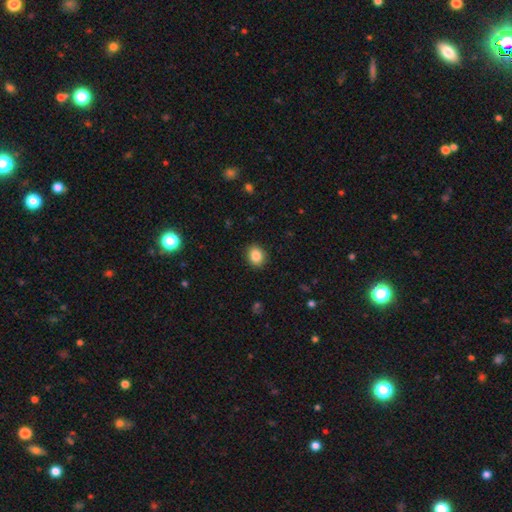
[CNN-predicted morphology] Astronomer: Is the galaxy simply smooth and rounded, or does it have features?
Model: smooth — 87%.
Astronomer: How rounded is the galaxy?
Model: round — 54% (runner-up: in between, 45%).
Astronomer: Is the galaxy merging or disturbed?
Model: none — 89%.